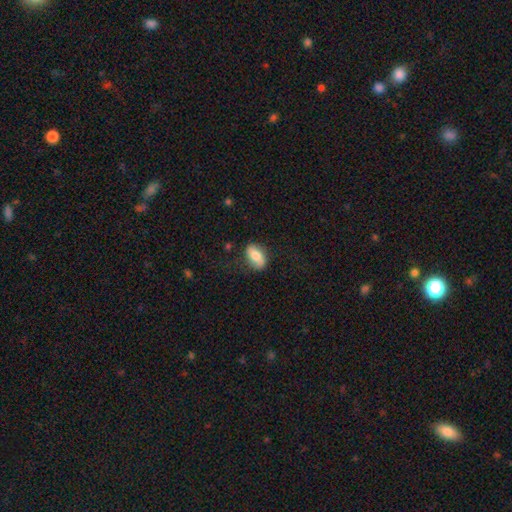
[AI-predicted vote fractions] Smooth or featured?
  - smooth: 70% *
  - featured or disk: 23%
  - star or artifact: 7%
How rounded?
  - in between: 89% *
  - round: 7%
  - cigar-shaped: 4%
Merging?
  - none: 69% *
  - minor disturbance: 21%
  - major disturbance: 8%
  - merger: 2%